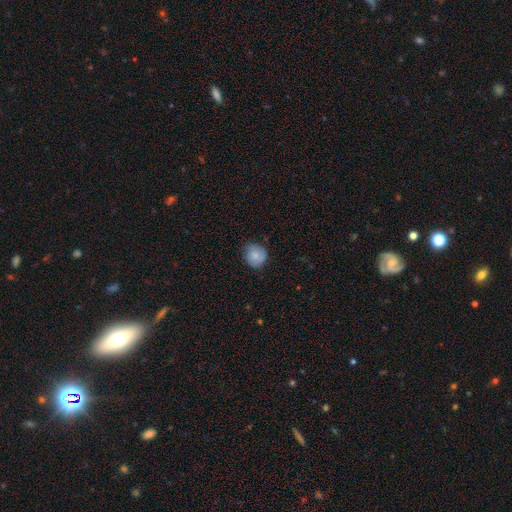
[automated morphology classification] Smooth or featured?
  - smooth: 81% *
  - featured or disk: 11%
  - star or artifact: 8%
How rounded?
  - round: 85% *
  - in between: 14%
  - cigar-shaped: 1%
Merging?
  - none: 68% *
  - minor disturbance: 26%
  - major disturbance: 4%
  - merger: 1%